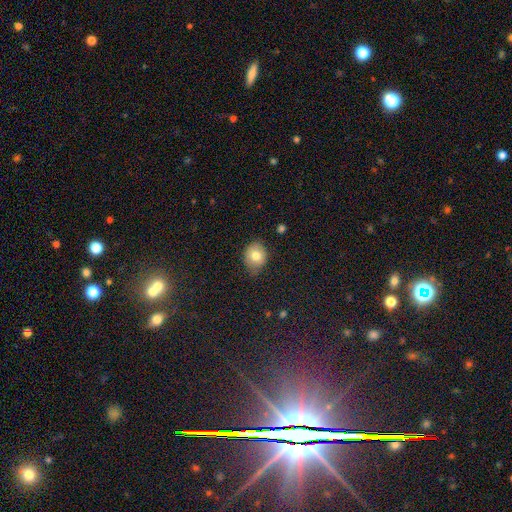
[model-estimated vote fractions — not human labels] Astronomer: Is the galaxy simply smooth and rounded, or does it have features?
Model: smooth — 78%.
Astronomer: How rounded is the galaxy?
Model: round — 62% (runner-up: in between, 38%).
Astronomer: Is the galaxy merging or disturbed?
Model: none — 72%.